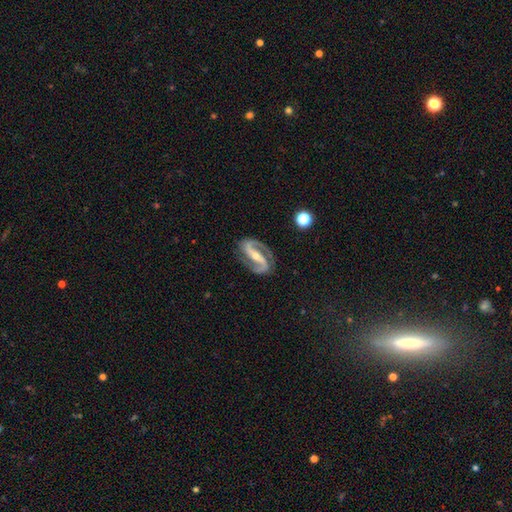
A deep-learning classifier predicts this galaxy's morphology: Smooth or featured? Predicted: featured or disk (p=0.93). Edge-on disk? Predicted: no (p=0.97). Bar? Predicted: strong (p=0.62). Spiral arms? Predicted: yes (p=0.98). Spiral winding? Predicted: medium (p=0.56). Spiral arm count? Predicted: 2 (p=0.94). Bulge size? Predicted: small (p=0.55). Merging? Predicted: none (p=0.85).